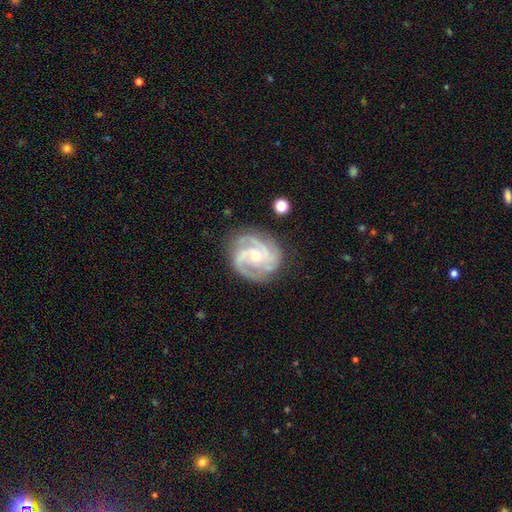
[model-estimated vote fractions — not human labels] Smooth or featured? featured or disk (91%)
Edge-on disk? no (98%)
Bar? no (58%)
Spiral arms? yes (98%)
Spiral winding? tight (54%)
Spiral arm count? 3 (59%)
Bulge size? moderate (52%)
Merging? none (79%)